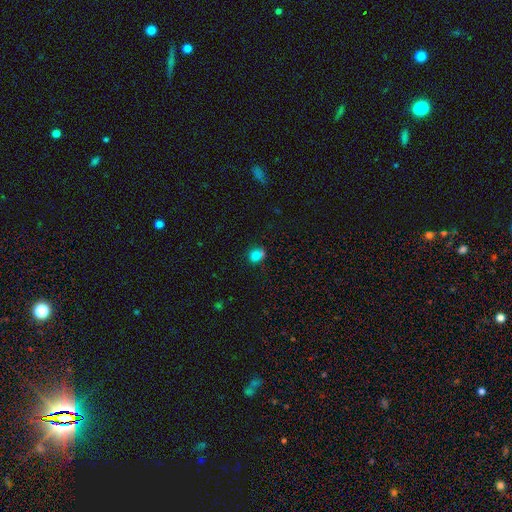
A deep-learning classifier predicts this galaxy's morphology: This appears to be a smooth galaxy with no disk features (76%) that is round (80%). Merging: none (50%).